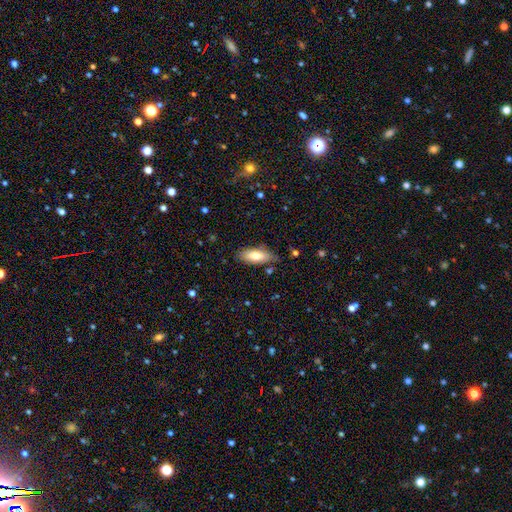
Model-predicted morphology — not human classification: Smooth or featured? smooth (76%)
How rounded? in between (79%)
Merging? none (79%)